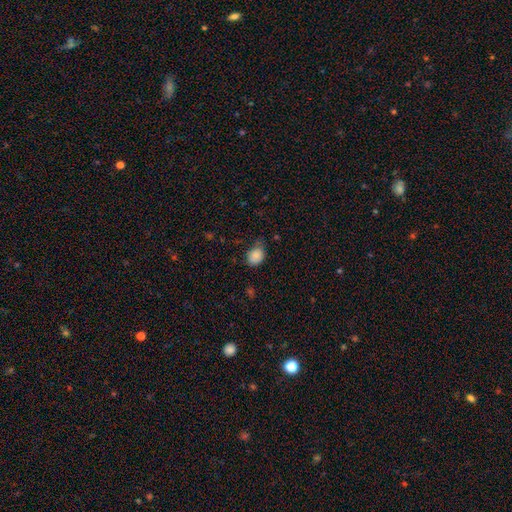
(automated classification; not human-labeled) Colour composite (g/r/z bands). It shows a smooth galaxy with no disk features (85%) that is in between round and cigar-shaped (52%). Merging: none (58%).